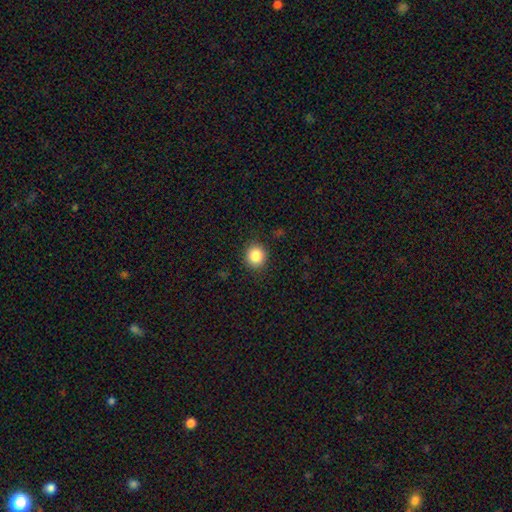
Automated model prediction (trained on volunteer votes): This appears to be a smooth galaxy with no disk features (86%) that is round (88%). Merging: none (90%).